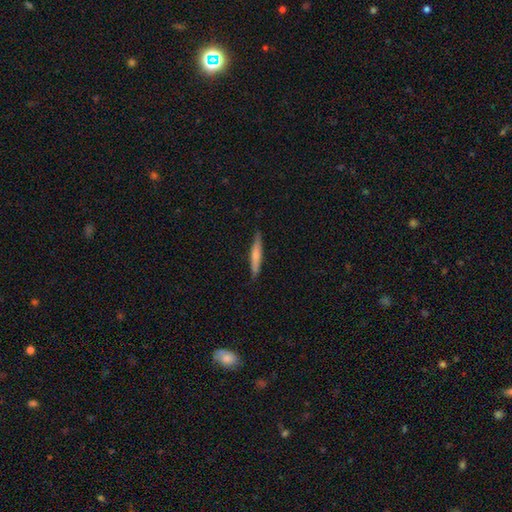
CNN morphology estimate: Smooth or featured? smooth (61%)
How rounded? cigar-shaped (93%)
Merging? none (85%)